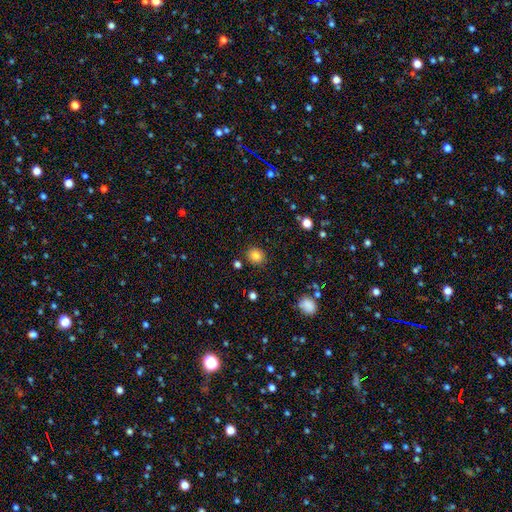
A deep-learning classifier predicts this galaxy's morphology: smooth 82%, star or artifact 12%, featured or disk 6%. Down the decision tree: how rounded — round (78%); merging — none (87%).